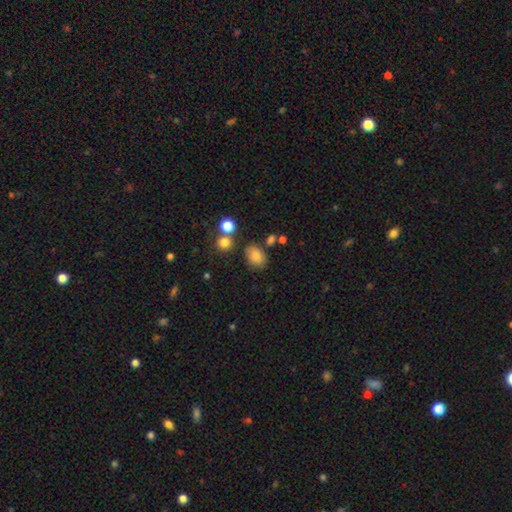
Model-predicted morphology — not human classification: This appears to be a smooth galaxy with no disk features (81%) that is in between round and cigar-shaped (71%). Merging: none (71%).